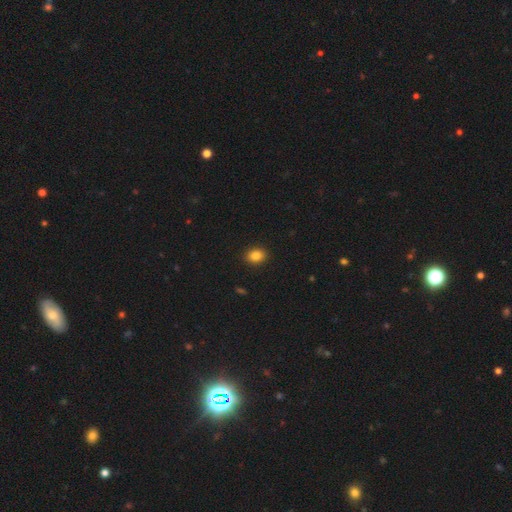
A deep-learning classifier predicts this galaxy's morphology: Q: Smooth or featured?
A: smooth (86%); runner-up: star or artifact (10%)
Q: How rounded?
A: in between (54%); runner-up: round (45%)
Q: Merging?
A: none (91%); runner-up: minor disturbance (6%)